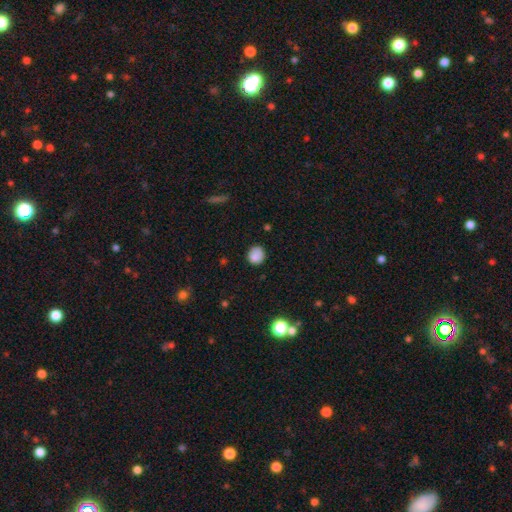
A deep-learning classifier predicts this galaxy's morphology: smooth-or-featured: smooth: 84% | star or artifact: 10% | featured or disk: 5%
  how-rounded: round: 78% | in between: 21% | cigar-shaped: 1%
  merging: none: 77% | minor disturbance: 17% | major disturbance: 4% | merger: 2%